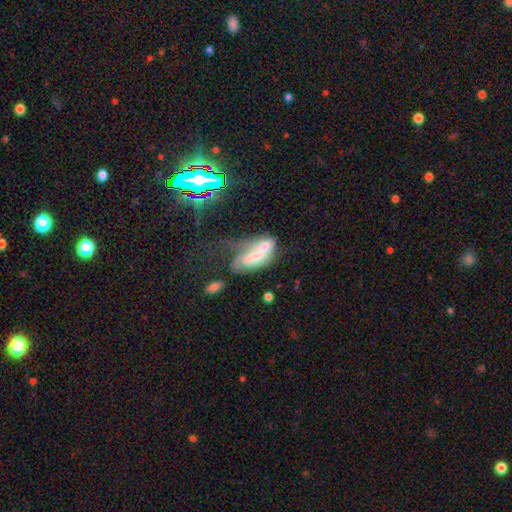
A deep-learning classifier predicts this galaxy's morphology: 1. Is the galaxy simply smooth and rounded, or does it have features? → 48% smooth, 43% featured or disk, 9% star or artifact.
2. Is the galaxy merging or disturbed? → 53% merger, 23% major disturbance, 13% none, 11% minor disturbance.